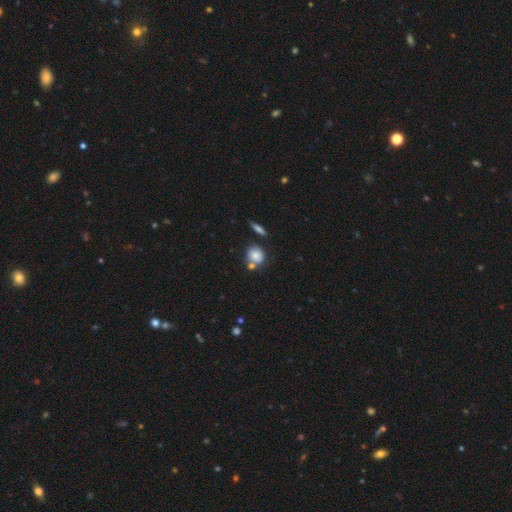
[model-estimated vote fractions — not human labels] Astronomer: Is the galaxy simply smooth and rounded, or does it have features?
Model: smooth — 79%.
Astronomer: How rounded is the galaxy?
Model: round — 74%.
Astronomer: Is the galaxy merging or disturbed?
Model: none — 57%.